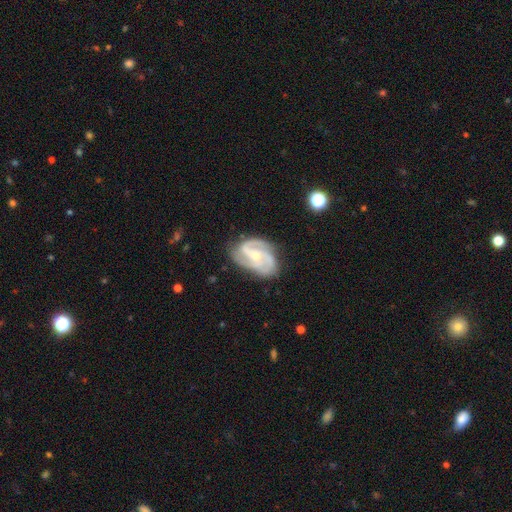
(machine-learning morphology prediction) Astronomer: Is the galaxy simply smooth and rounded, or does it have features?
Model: featured or disk — 88%.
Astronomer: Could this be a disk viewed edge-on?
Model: no — 98%.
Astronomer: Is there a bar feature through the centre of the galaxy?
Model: weak — 42% (runner-up: no, 40%).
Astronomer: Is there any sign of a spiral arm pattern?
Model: yes — 97%.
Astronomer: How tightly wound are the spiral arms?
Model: medium — 50% (runner-up: tight, 35%).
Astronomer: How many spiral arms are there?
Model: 3 — 47% (runner-up: 2, 33%).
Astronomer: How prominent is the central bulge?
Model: small — 59% (runner-up: moderate, 37%).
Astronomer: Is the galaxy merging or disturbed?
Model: none — 69%.